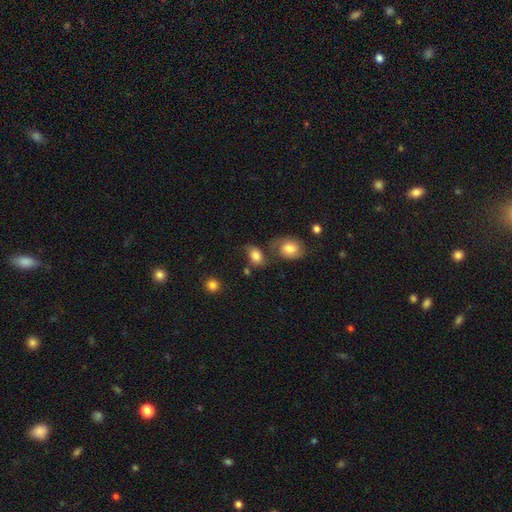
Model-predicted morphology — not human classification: Smooth or featured? smooth (78%)
How rounded? in between (72%)
Merging? none (40%)